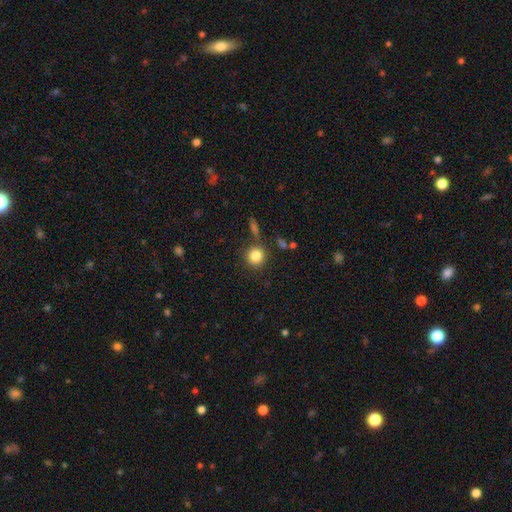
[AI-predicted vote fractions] Q: Smooth or featured?
A: smooth (84%); runner-up: star or artifact (10%)
Q: How rounded?
A: round (92%); runner-up: in between (7%)
Q: Merging?
A: none (82%); runner-up: minor disturbance (8%)